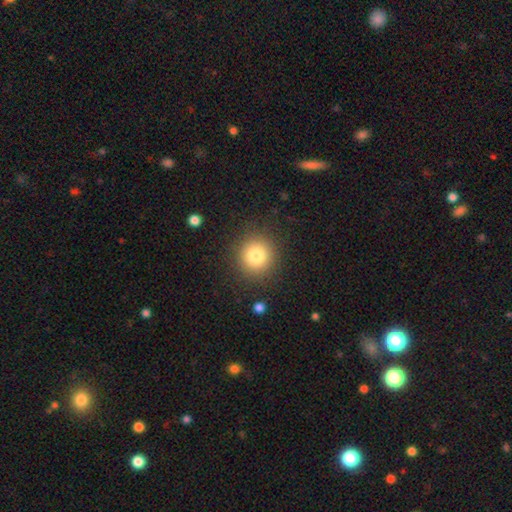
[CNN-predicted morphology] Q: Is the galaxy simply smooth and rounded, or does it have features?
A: smooth — 80%.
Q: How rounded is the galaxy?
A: round — 92%.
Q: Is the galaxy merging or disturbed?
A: none — 89%.